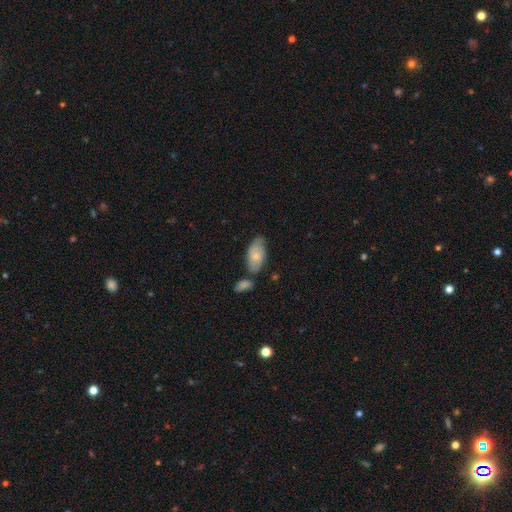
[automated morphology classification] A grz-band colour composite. It shows a smooth galaxy with no disk features (66%) that is in between round and cigar-shaped (93%). Merging: none (54%).